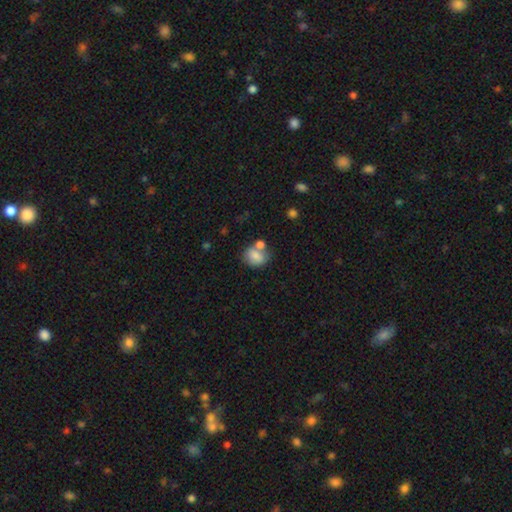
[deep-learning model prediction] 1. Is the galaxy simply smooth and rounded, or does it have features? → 77% smooth, 15% featured or disk, 9% star or artifact.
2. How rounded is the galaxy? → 52% round, 47% in between, 1% cigar-shaped.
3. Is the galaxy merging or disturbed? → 44% none, 34% merger, 16% minor disturbance, 6% major disturbance.